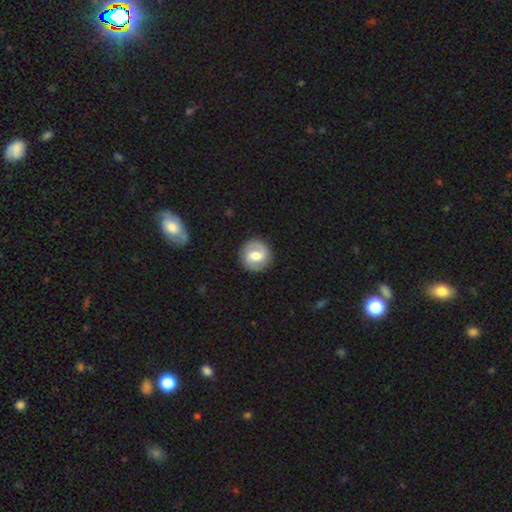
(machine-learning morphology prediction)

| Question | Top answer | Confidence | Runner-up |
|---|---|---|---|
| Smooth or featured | featured or disk | 56% | smooth (38%) |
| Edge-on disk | no | 97% | yes (3%) |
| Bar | weak | 51% | no (25%) |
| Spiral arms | yes | 80% | no (20%) |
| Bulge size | moderate | 64% | large (18%) |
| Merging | none | 88% | minor disturbance (8%) |